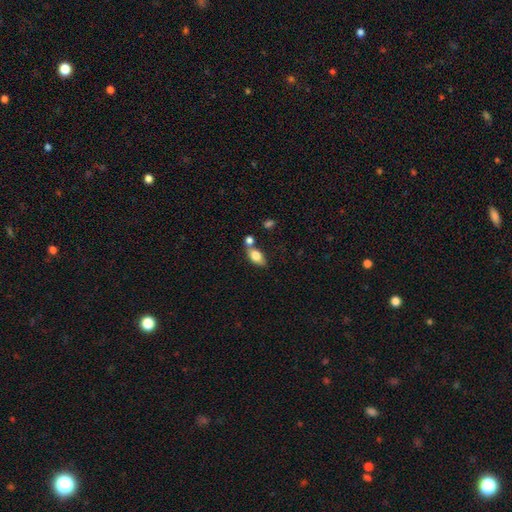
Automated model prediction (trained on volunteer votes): smooth_or_featured: smooth (p=0.79) [alt: featured or disk p=0.13]
how_rounded: in between (p=0.86) [alt: round p=0.10]
merging: none (p=0.52) [alt: merger p=0.29]